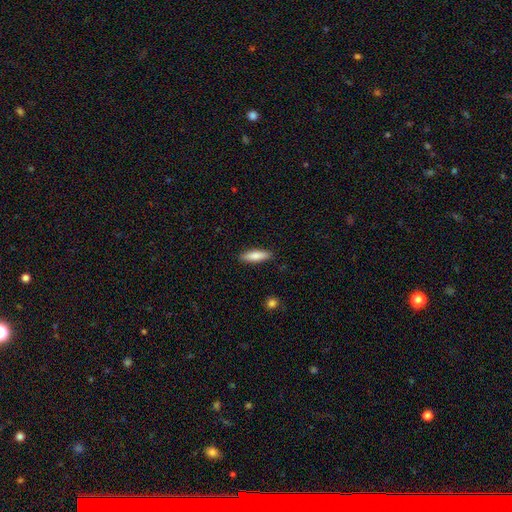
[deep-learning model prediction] Q: Smooth or featured?
A: smooth (82%); runner-up: featured or disk (12%)
Q: How rounded?
A: cigar-shaped (60%); runner-up: in between (38%)
Q: Merging?
A: none (89%); runner-up: minor disturbance (8%)